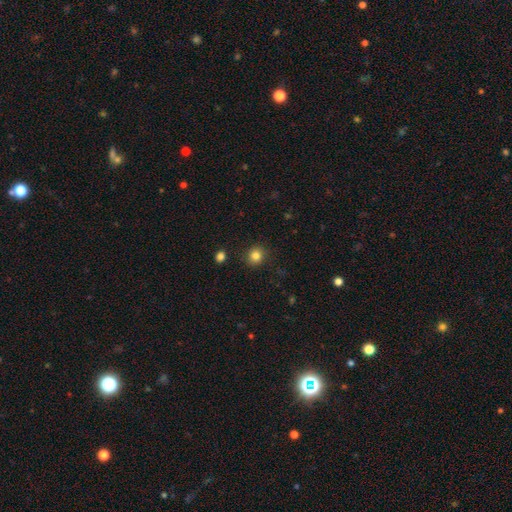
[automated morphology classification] type=smooth (83%); roundness=round (88%); merging=none (89%).